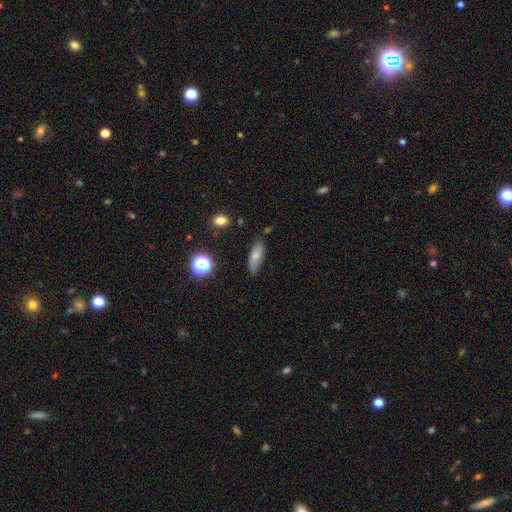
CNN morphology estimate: This appears to be a smooth galaxy with no disk features (72%) that is in between round and cigar-shaped (67%). Merging: none (72%).